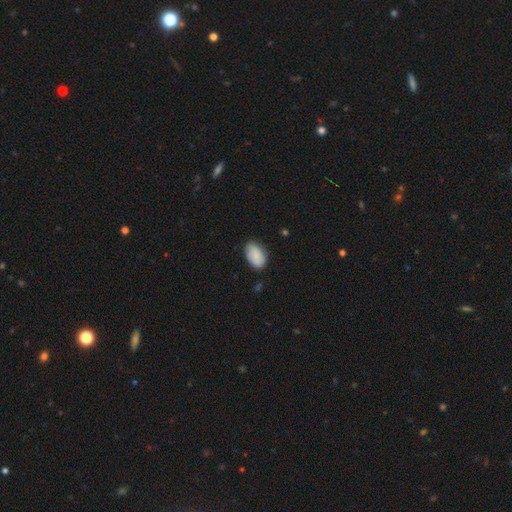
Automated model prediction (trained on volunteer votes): smooth_or_featured: smooth (p=0.81) [alt: featured or disk p=0.13]
how_rounded: in between (p=0.91) [alt: round p=0.08]
merging: none (p=0.75) [alt: minor disturbance p=0.21]